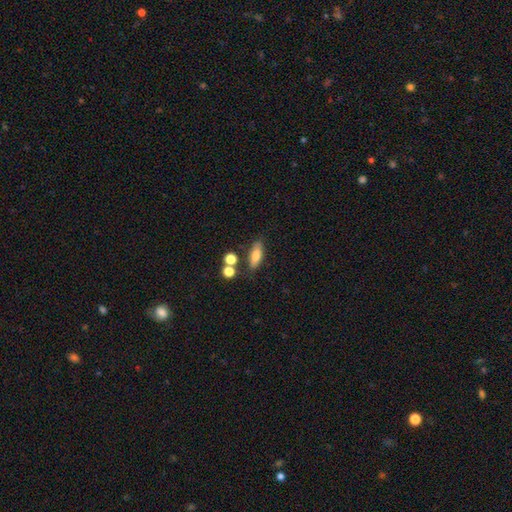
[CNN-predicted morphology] This appears to be a smooth galaxy with no disk features (74%) that is in between round and cigar-shaped (66%). Merging: none (72%).